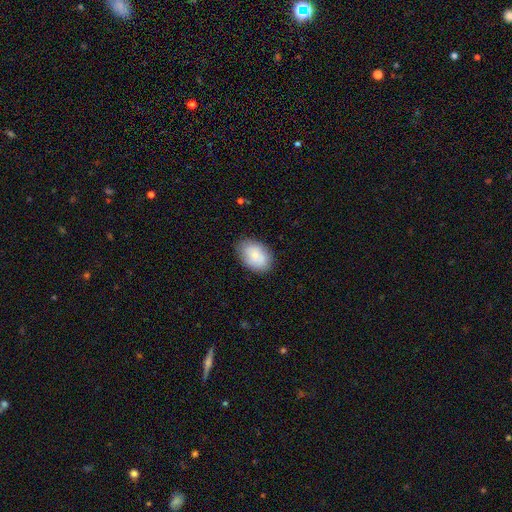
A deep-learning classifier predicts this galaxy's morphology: This appears to be a smooth galaxy with no disk features (79%) that is in between round and cigar-shaped (84%). Merging: none (82%).